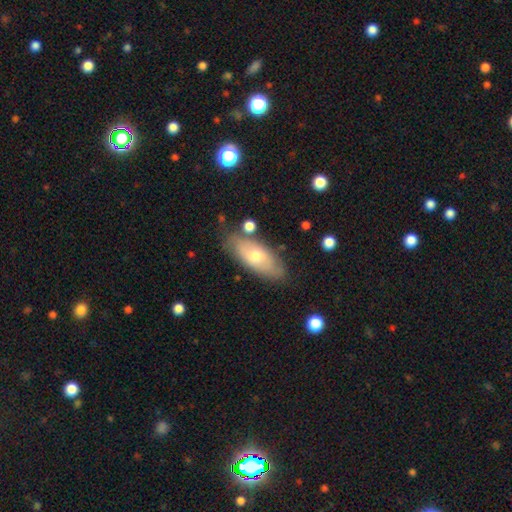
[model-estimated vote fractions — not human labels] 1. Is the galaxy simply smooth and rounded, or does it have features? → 57% smooth, 36% featured or disk, 7% star or artifact.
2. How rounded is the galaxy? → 83% in between, 14% cigar-shaped, 3% round.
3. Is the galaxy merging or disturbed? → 76% none, 16% minor disturbance, 4% merger, 4% major disturbance.